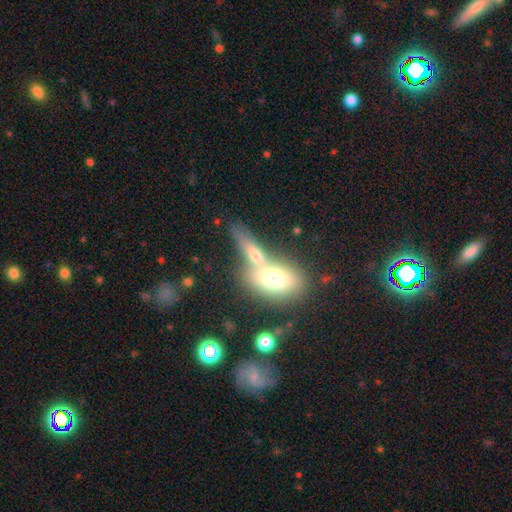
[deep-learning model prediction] Overall: smooth (62%; featured or disk 29%). How rounded: in between (60%; cigar-shaped 31%). Merging: merger (55%; none 31%).